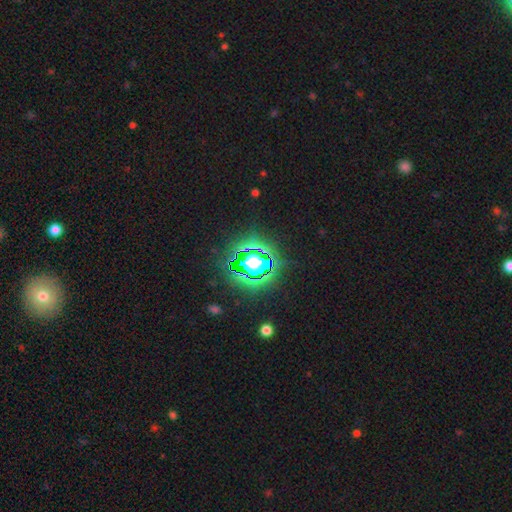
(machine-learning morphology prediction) Smooth or featured? star or artifact (67%)